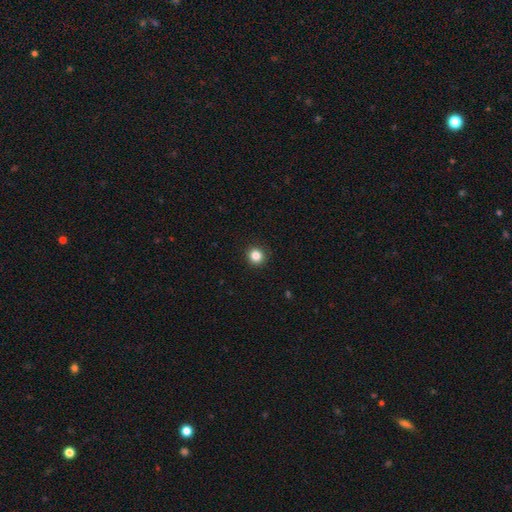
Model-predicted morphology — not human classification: smooth_or_featured: smooth (p=0.84) [alt: star or artifact p=0.11]
how_rounded: round (p=0.91) [alt: in between p=0.08]
merging: none (p=0.92) [alt: minor disturbance p=0.05]